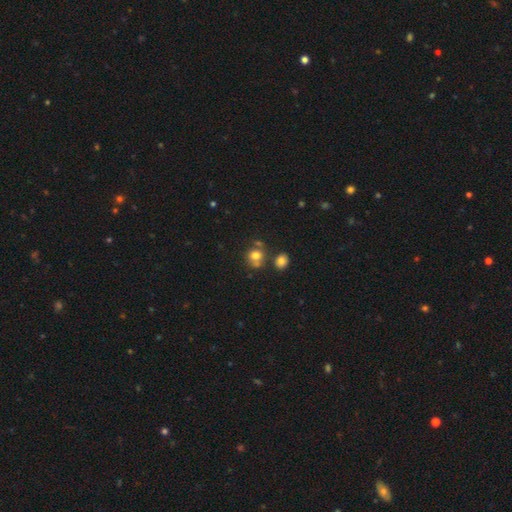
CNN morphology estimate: smooth 75%, star or artifact 14%, featured or disk 11%. Down the decision tree: how rounded — round (75%); merging — none (57%).